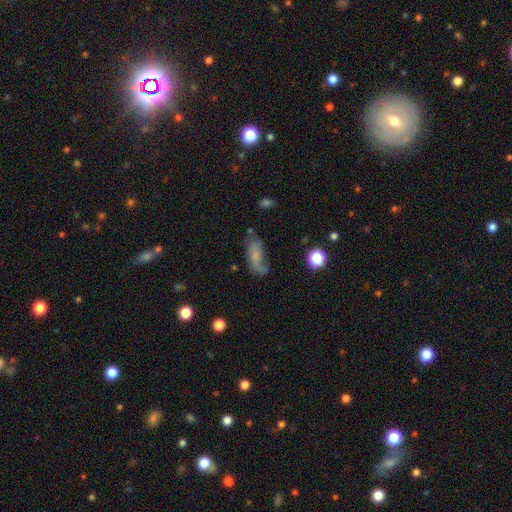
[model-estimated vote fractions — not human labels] The model was most divided on "smooth or featured": smooth: 50%, featured or disk: 40%, star or artifact: 10%. Remaining: how rounded — in between (74%); merging — none (44%).